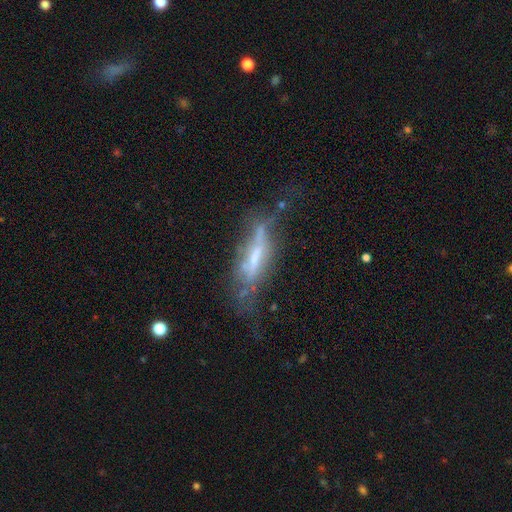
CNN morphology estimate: This appears to be a featured or disk galaxy (65%) viewed edge-on (69%). Merging: none (44%).